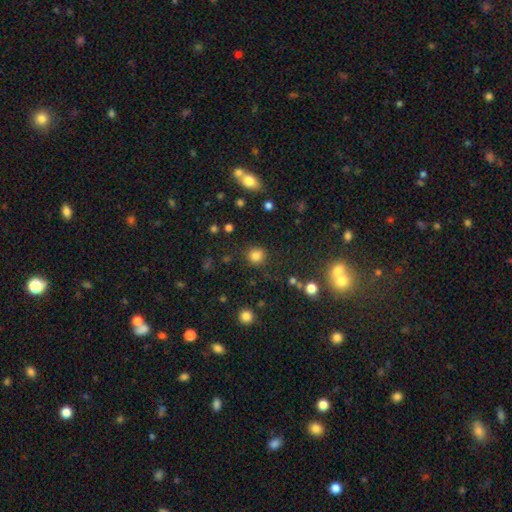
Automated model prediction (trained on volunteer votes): A smooth galaxy with no disk features (81%) that is round (88%). Merging: none (84%).